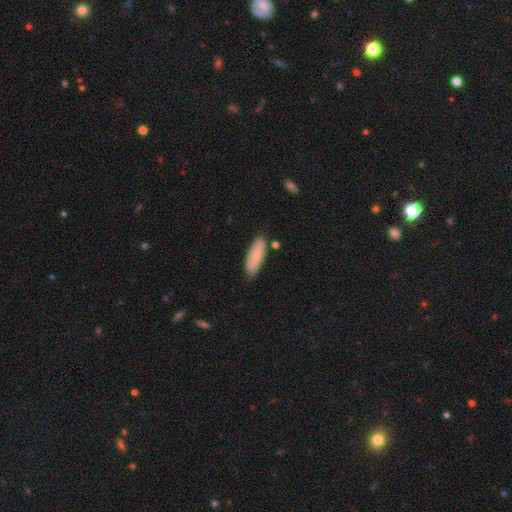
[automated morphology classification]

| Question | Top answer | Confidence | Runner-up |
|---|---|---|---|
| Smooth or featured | smooth | 78% | featured or disk (16%) |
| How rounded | in between | 64% | cigar-shaped (34%) |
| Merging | none | 75% | minor disturbance (18%) |